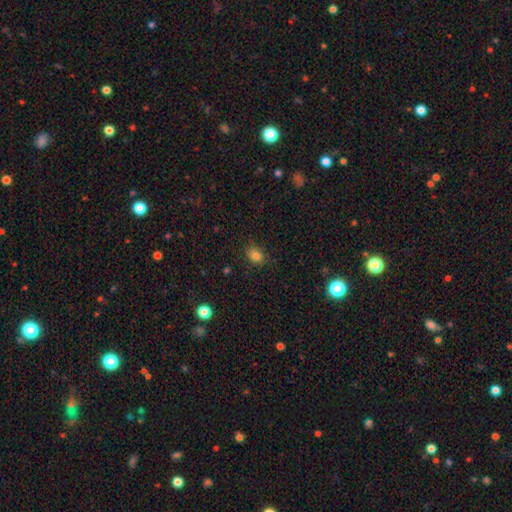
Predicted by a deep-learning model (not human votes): This is clearly a smooth galaxy (81%). How rounded: likely in between (65%). Merging: clearly none (81%).